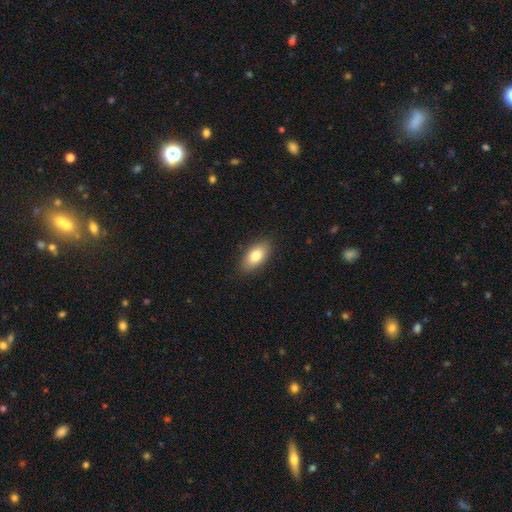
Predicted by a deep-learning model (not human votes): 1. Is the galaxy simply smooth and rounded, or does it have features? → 80% smooth, 13% featured or disk, 7% star or artifact.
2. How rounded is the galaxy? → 90% in between, 6% cigar-shaped, 4% round.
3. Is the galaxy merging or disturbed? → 88% none, 9% minor disturbance, 2% major disturbance, 1% merger.